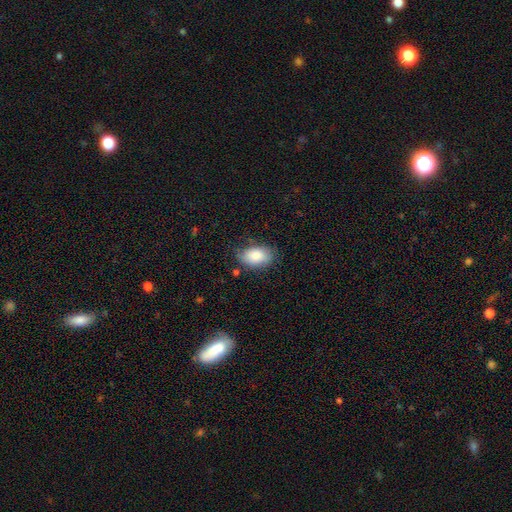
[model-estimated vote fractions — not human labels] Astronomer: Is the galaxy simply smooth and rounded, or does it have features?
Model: smooth — 84%.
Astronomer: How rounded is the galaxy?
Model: in between — 90%.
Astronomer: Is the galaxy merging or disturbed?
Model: none — 72%.